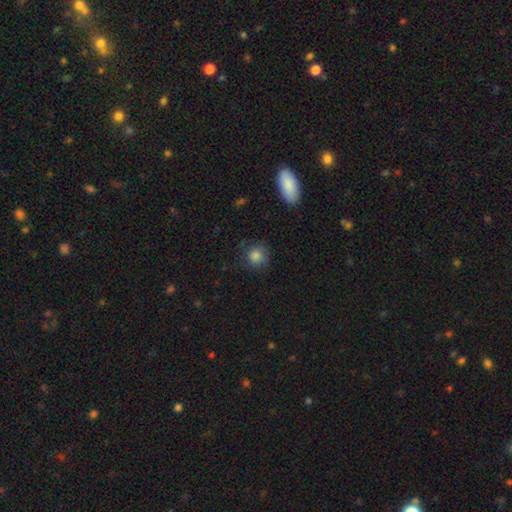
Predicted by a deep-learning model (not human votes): Smooth or featured? Predicted: smooth (p=0.84). How rounded? Predicted: round (p=0.90). Merging? Predicted: none (p=0.79).